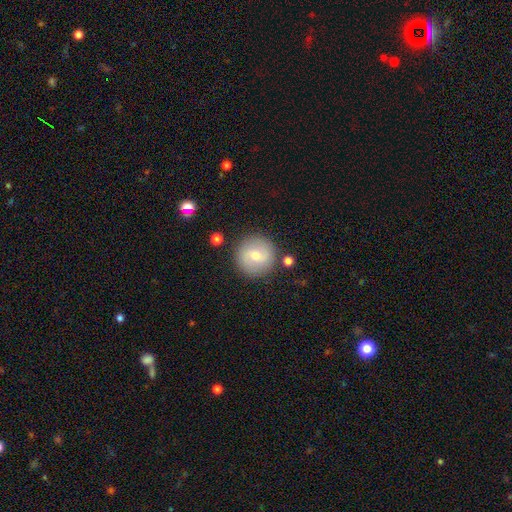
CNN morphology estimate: type=smooth (64%); roundness=round (96%); merging=none (86%).